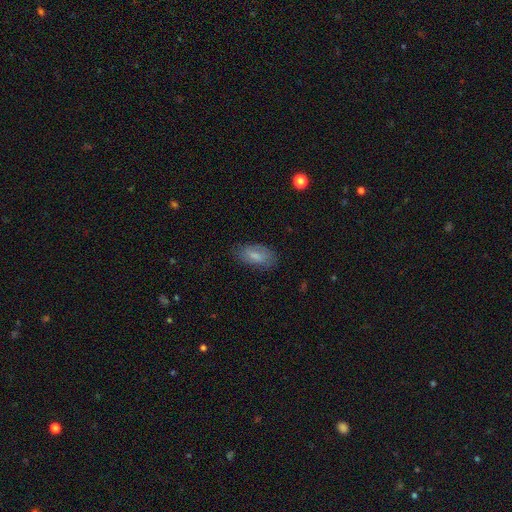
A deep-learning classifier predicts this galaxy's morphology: A smooth galaxy with no disk features (71%) that is in between round and cigar-shaped (89%). Merging: none (73%).